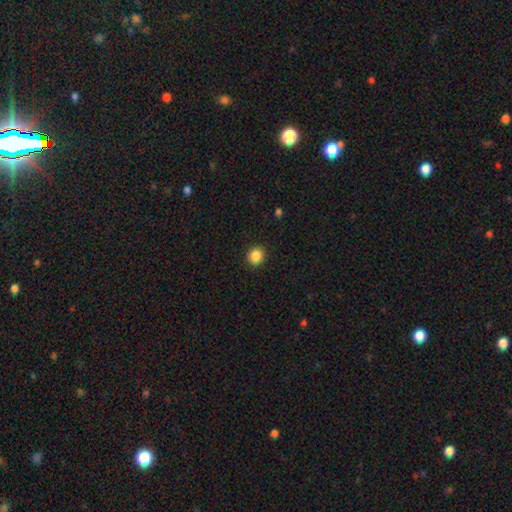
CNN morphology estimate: A smooth galaxy with no disk features (87%) that is round (90%). Merging: none (92%).